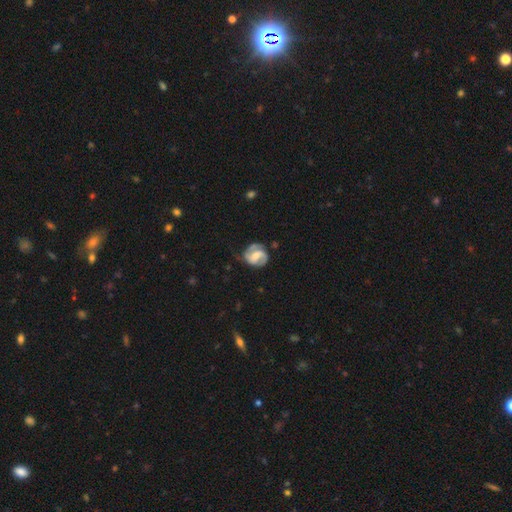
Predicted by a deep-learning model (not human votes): Overall: featured or disk (83%). Edge-on disk: no (98%). Bar: weak (48%; no 27%). Spiral arms: yes (95%). Spiral arm count: 2 (81%). Spiral winding: medium (47%; tight 39%). Bulge size: moderate (48%; small 37%). Merging: none (67%).